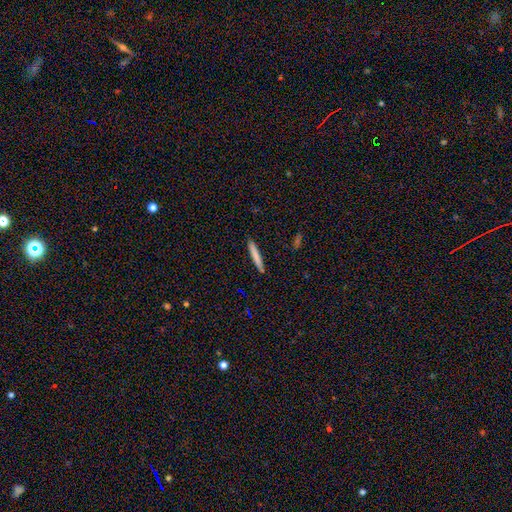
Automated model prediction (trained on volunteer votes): Smooth or featured?
  - smooth: 77% *
  - featured or disk: 17%
  - star or artifact: 6%
How rounded?
  - cigar-shaped: 95% *
  - in between: 3%
  - round: 1%
Merging?
  - none: 90% *
  - minor disturbance: 7%
  - major disturbance: 1%
  - merger: 1%